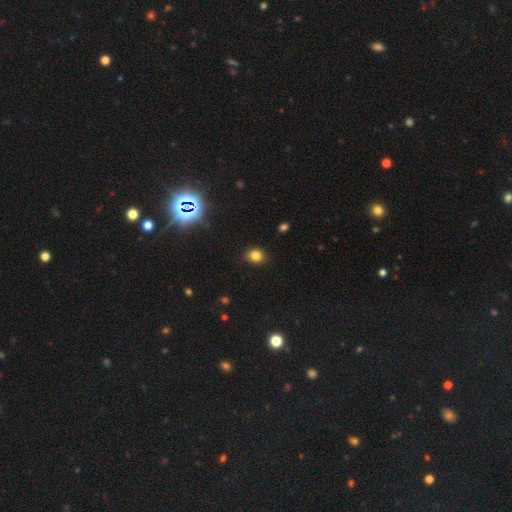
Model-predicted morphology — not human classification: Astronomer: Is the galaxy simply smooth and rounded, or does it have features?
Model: smooth — 81%.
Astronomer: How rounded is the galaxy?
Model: round — 67%.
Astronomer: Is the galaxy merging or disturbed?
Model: none — 86%.